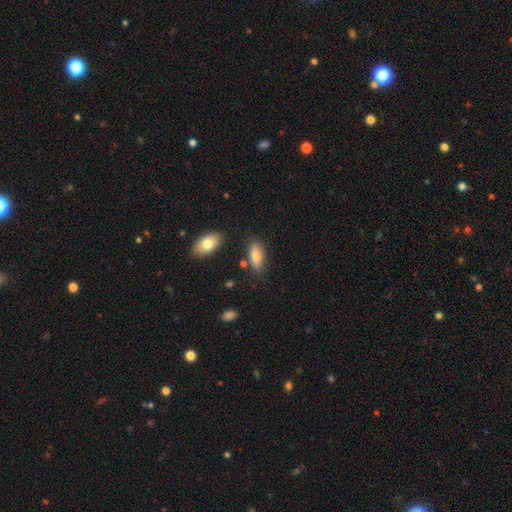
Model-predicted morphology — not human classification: Smooth or featured?
  - smooth: 78% *
  - featured or disk: 15%
  - star or artifact: 7%
How rounded?
  - in between: 79% *
  - cigar-shaped: 18%
  - round: 3%
Merging?
  - none: 76% *
  - minor disturbance: 14%
  - merger: 6%
  - major disturbance: 3%